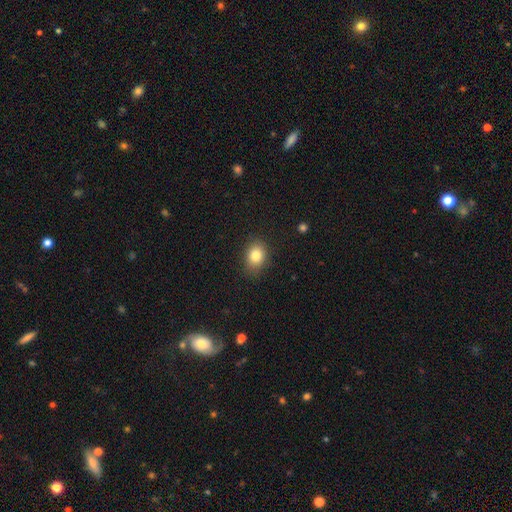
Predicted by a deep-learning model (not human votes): This appears to be a smooth galaxy with no disk features (82%) that is in between round and cigar-shaped (56%). Merging: none (84%).